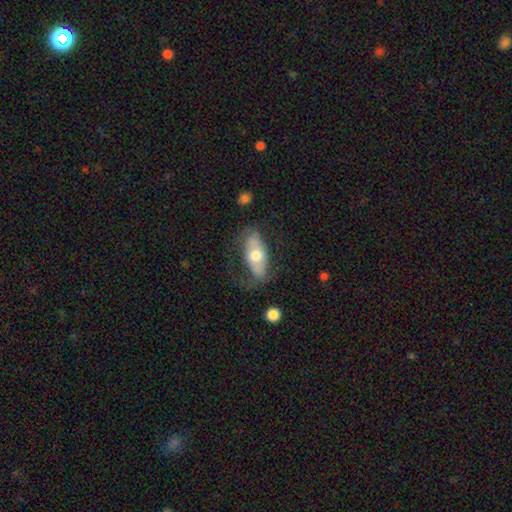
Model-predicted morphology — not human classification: A smooth galaxy with no disk features (53%) that is in between round and cigar-shaped (85%). Merging: none (57%).